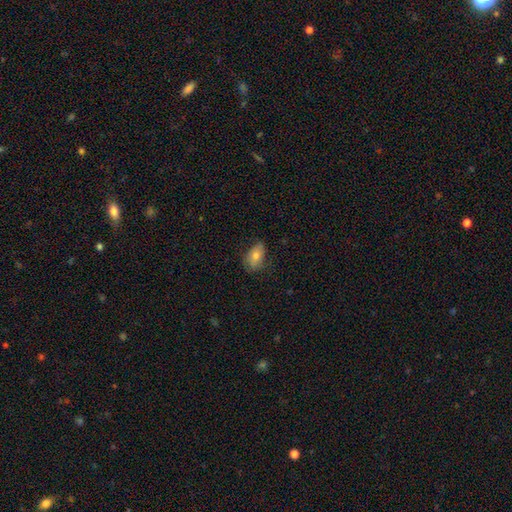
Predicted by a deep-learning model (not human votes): This is likely a smooth galaxy (69%). How rounded: clearly in between (87%). Merging: likely none (66%).